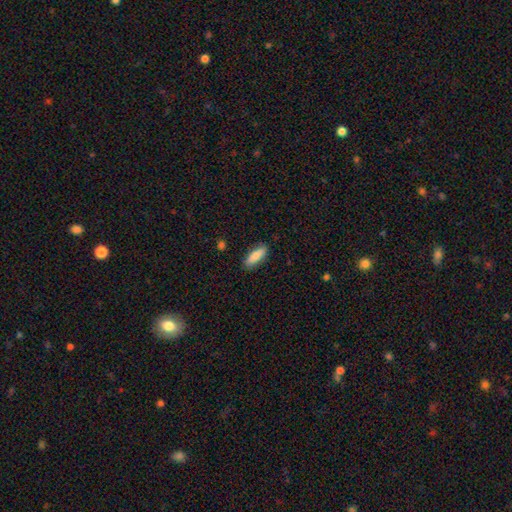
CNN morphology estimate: Smooth or featured: smooth — 83% (featured or disk — 11%)
How rounded: in between — 56% (cigar-shaped — 42%)
Merging: none — 87% (minor disturbance — 9%)